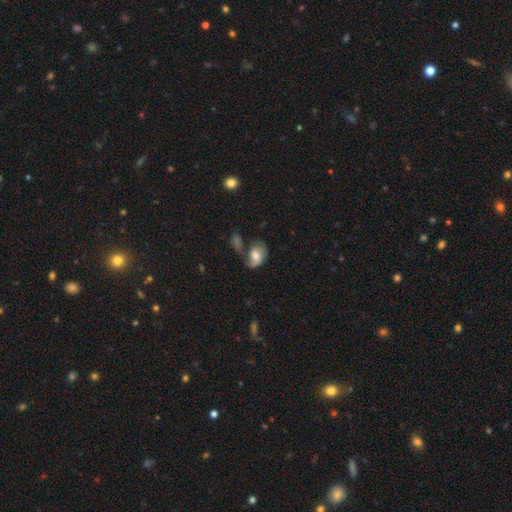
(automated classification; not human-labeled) A featured or disk galaxy (47%).

Vote fractions:
- Smooth or featured? featured or disk: 47% / smooth: 45% / star or artifact: 8%
- Merging? none: 32% / major disturbance: 26% / minor disturbance: 23% / merger: 19%